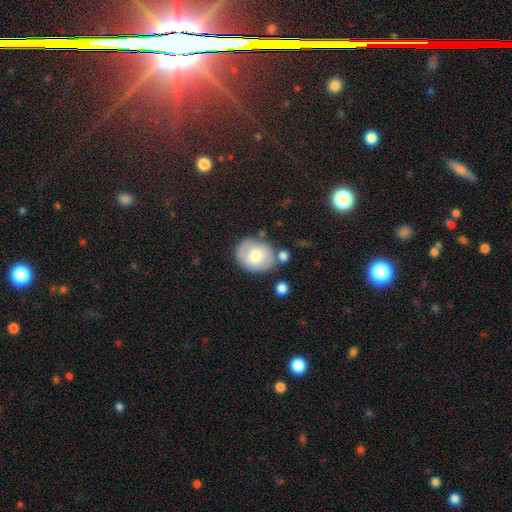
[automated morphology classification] Smooth or featured? smooth (66%)
How rounded? round (53%)
Merging? none (68%)